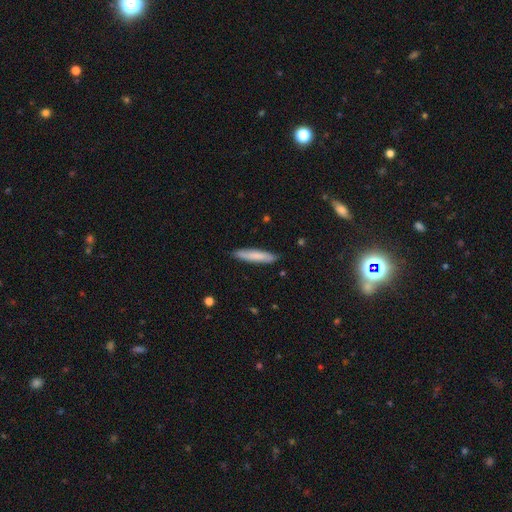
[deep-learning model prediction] This is likely a smooth galaxy (78%). How rounded: clearly cigar-shaped (90%). Merging: clearly none (88%).